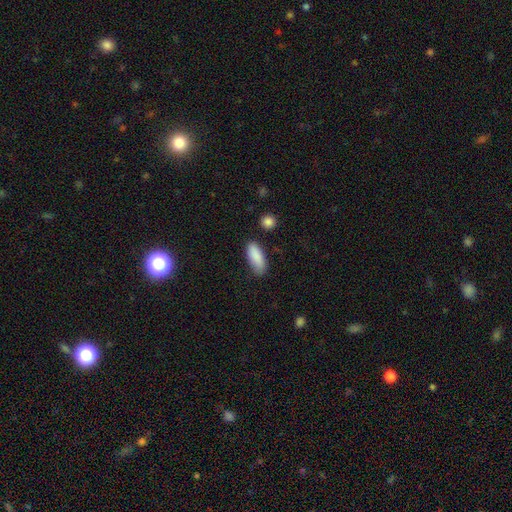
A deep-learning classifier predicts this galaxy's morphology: smooth_or_featured: smooth (p=0.88) [alt: star or artifact p=0.06]
how_rounded: in between (p=0.74) [alt: cigar-shaped p=0.24]
merging: none (p=0.77) [alt: minor disturbance p=0.17]